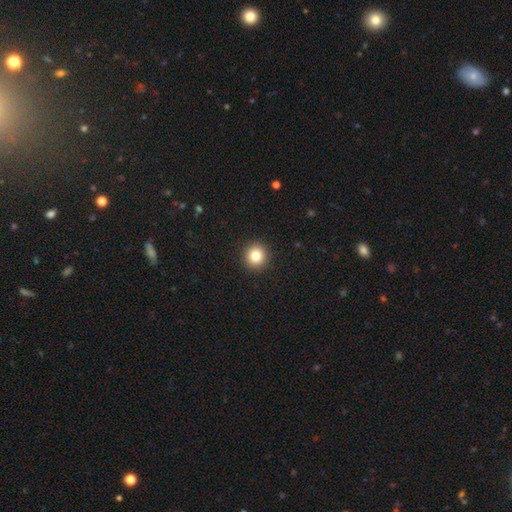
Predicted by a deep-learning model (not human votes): Smooth or featured? smooth (82%)
How rounded? round (94%)
Merging? none (93%)